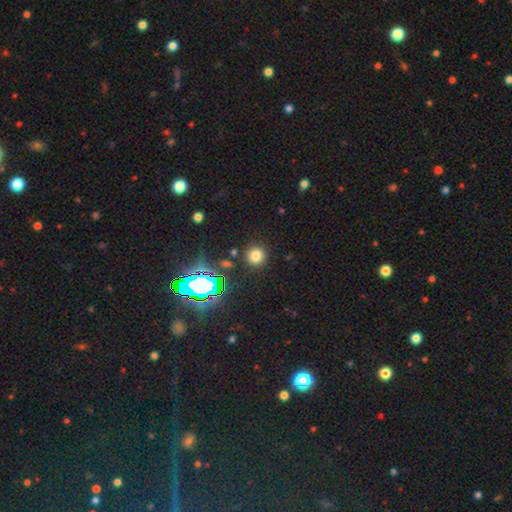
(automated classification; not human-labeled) Smooth or featured?
  - smooth: 72% *
  - star or artifact: 22%
  - featured or disk: 6%
How rounded?
  - round: 91% *
  - in between: 8%
  - cigar-shaped: 1%
Merging?
  - none: 87% *
  - minor disturbance: 7%
  - major disturbance: 3%
  - merger: 3%